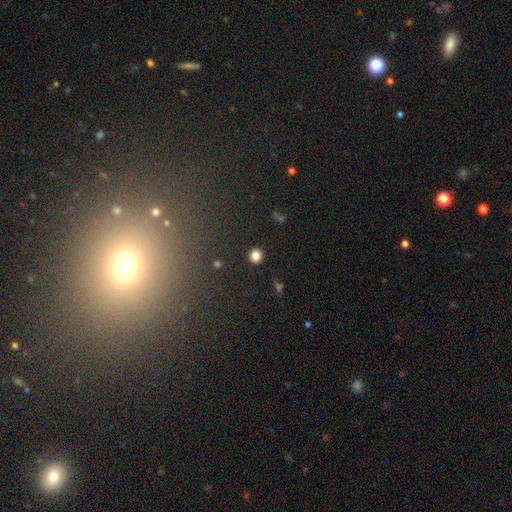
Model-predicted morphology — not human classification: Smooth or featured?
  - smooth: 83% *
  - star or artifact: 12%
  - featured or disk: 4%
How rounded?
  - round: 90% *
  - in between: 9%
  - cigar-shaped: 1%
Merging?
  - none: 90% *
  - minor disturbance: 6%
  - major disturbance: 2%
  - merger: 2%